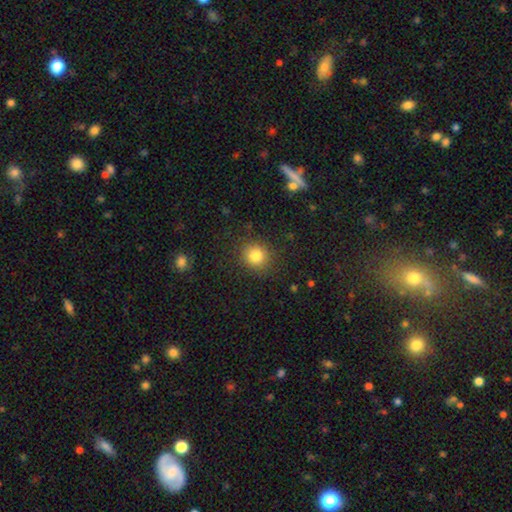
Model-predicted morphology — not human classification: smooth-or-featured: smooth: 82% | star or artifact: 12% | featured or disk: 6%
  how-rounded: round: 86% | in between: 13% | cigar-shaped: 1%
  merging: none: 87% | minor disturbance: 8% | major disturbance: 3% | merger: 1%